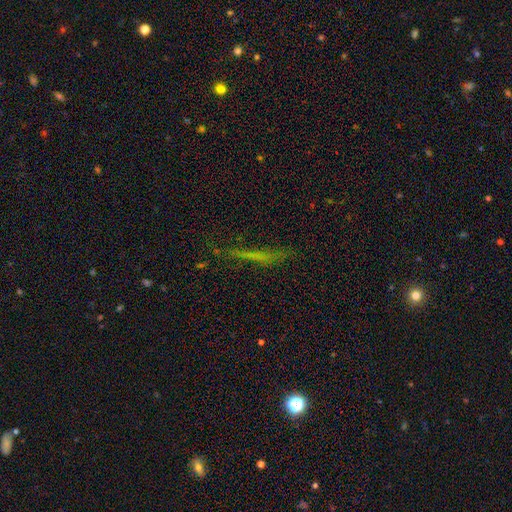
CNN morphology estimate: Smooth or featured?
  - smooth: 43% *
  - featured or disk: 35%
  - star or artifact: 22%
Merging?
  - none: 71% *
  - minor disturbance: 17%
  - major disturbance: 9%
  - merger: 3%